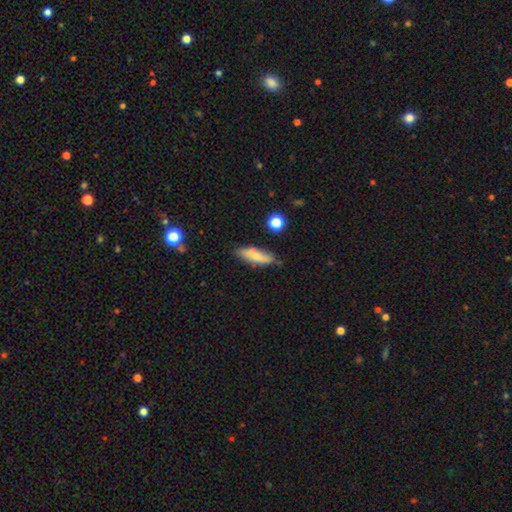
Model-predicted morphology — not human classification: The model was most divided on "how rounded": in between: 49%, cigar-shaped: 48%, round: 3%. More confident: merging — none (71%); smooth or featured — smooth (66%).